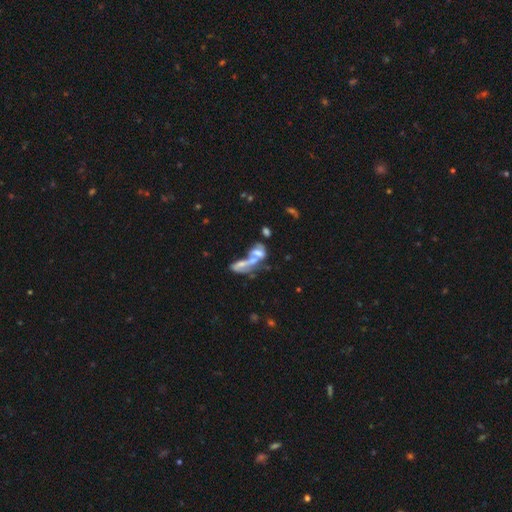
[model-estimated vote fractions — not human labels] smooth_or_featured: featured or disk (p=0.51) [alt: smooth p=0.36]
disk_edge_on: no (p=0.88) [alt: yes p=0.12]
merging: merger (p=0.74) [alt: major disturbance p=0.11]